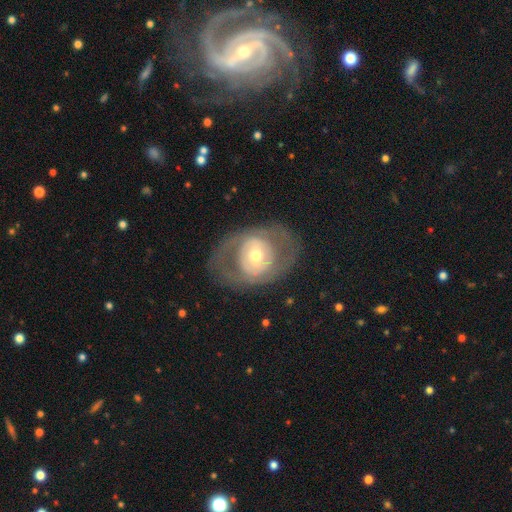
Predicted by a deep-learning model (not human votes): Smooth or featured?
  - featured or disk: 69% *
  - smooth: 25%
  - star or artifact: 5%
Edge-on disk?
  - no: 94% *
  - yes: 6%
Bar?
  - no: 57% *
  - weak: 29%
  - strong: 14%
Spiral arms?
  - no: 55% *
  - yes: 45%
Bulge size?
  - moderate: 61% *
  - small: 27%
  - large: 9%
  - dominant: 1%
  - none: 1%
Merging?
  - none: 70% *
  - minor disturbance: 15%
  - major disturbance: 14%
  - merger: 1%